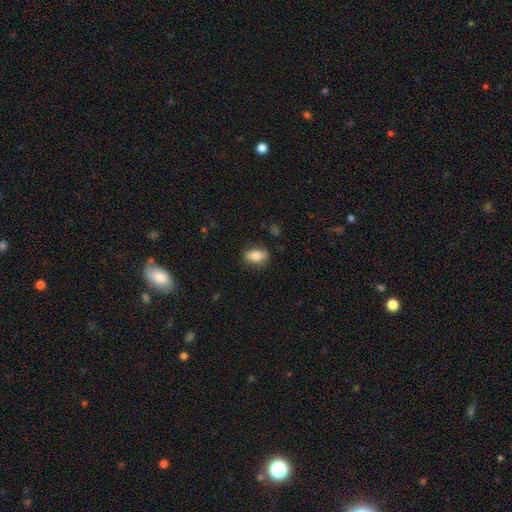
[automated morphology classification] Smooth or featured: smooth — 76% (featured or disk — 17%)
How rounded: in between — 86% (cigar-shaped — 8%)
Merging: none — 82% (minor disturbance — 14%)